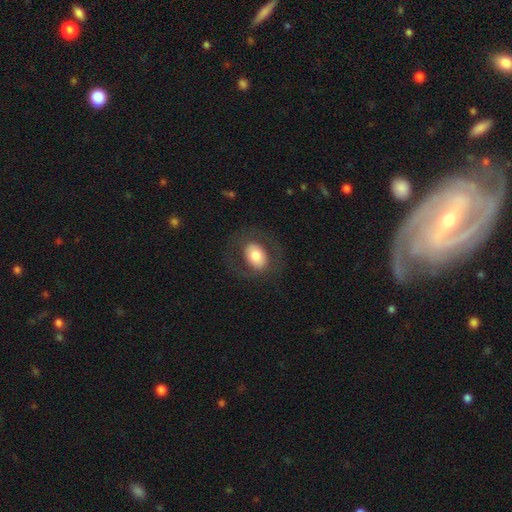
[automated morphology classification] This is likely a smooth galaxy (62%). How rounded: likely in between (72%). Merging: likely none (75%).